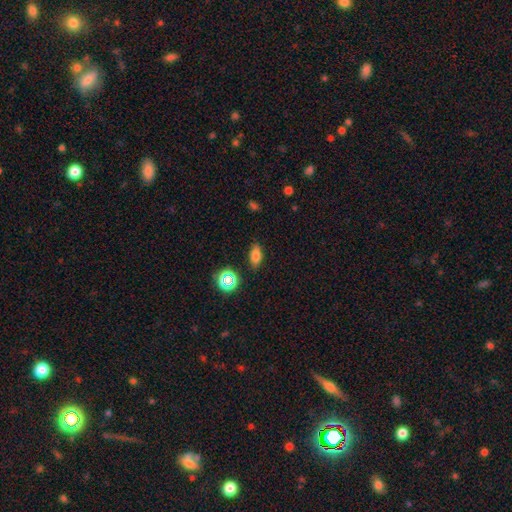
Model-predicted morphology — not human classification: Smooth or featured? smooth (76%)
How rounded? in between (80%)
Merging? none (85%)